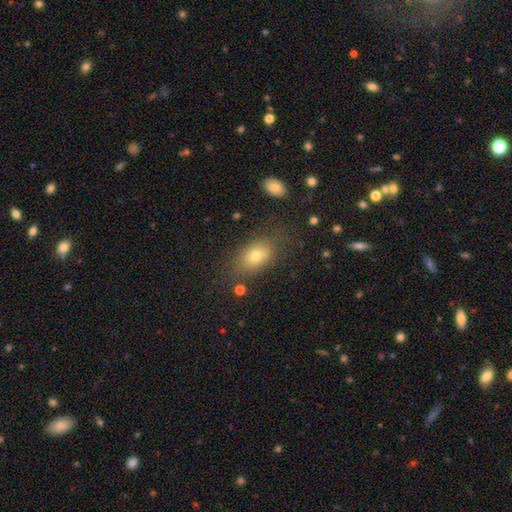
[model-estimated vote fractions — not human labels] Smooth or featured: smooth — 72% (featured or disk — 15%)
How rounded: in between — 79% (round — 19%)
Merging: none — 71% (minor disturbance — 17%)